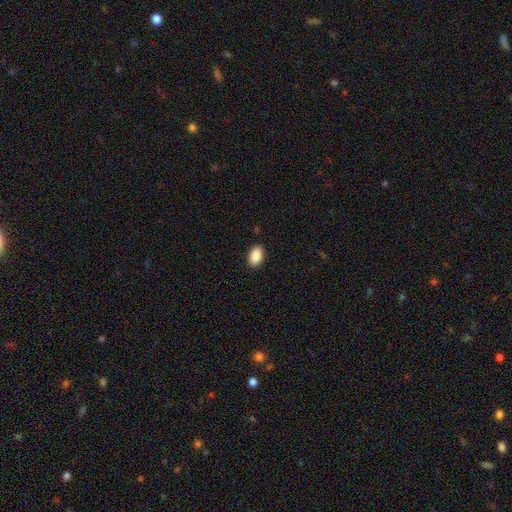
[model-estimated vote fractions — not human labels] smooth 89%, star or artifact 7%, featured or disk 4%. Down the decision tree: how rounded — in between (93%); merging — none (90%).